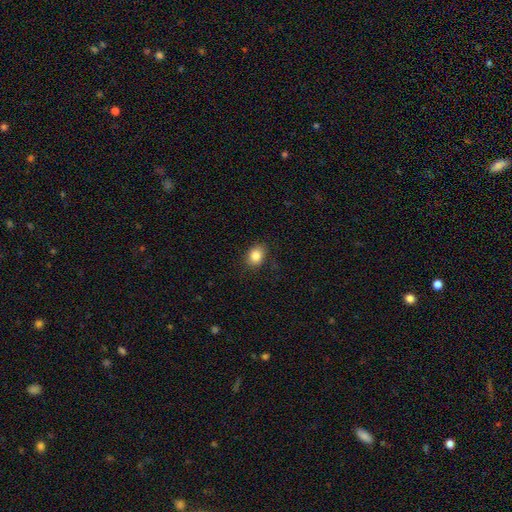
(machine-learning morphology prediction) Smooth or featured? Predicted: smooth (p=0.85). How rounded? Predicted: in between (p=0.61). Merging? Predicted: none (p=0.85).